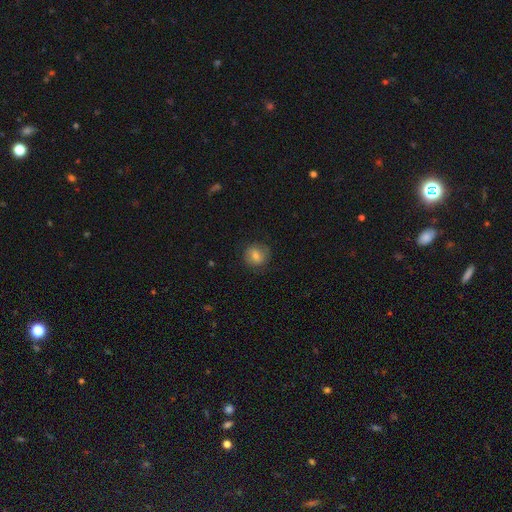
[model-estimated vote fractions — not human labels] Smooth or featured? smooth (74%)
How rounded? round (76%)
Merging? none (81%)